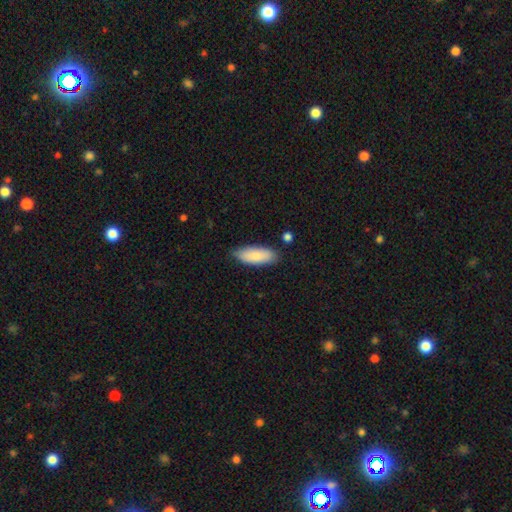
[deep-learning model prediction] smooth 83%, featured or disk 11%, star or artifact 6%. Down the decision tree: how rounded — in between (75%); merging — none (79%).